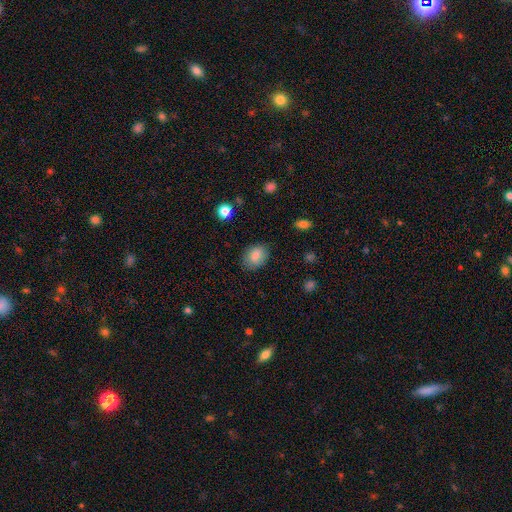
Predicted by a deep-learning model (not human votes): Q: Smooth or featured?
A: smooth (82%); runner-up: featured or disk (10%)
Q: How rounded?
A: in between (69%); runner-up: round (30%)
Q: Merging?
A: none (80%); runner-up: minor disturbance (15%)